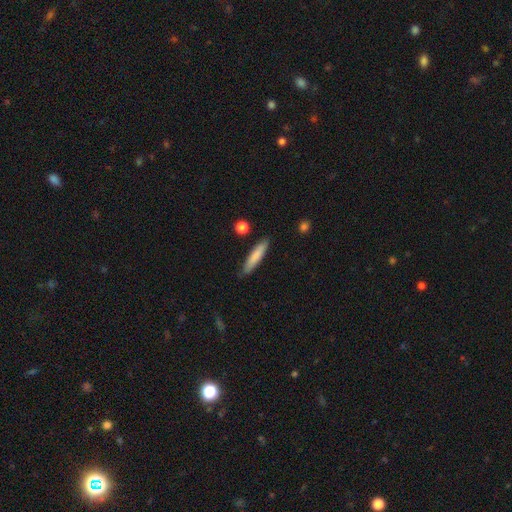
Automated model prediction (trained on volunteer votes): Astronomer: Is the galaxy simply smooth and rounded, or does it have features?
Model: smooth — 79%.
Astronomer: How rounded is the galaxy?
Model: cigar-shaped — 86%.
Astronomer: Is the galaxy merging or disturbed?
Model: none — 86%.